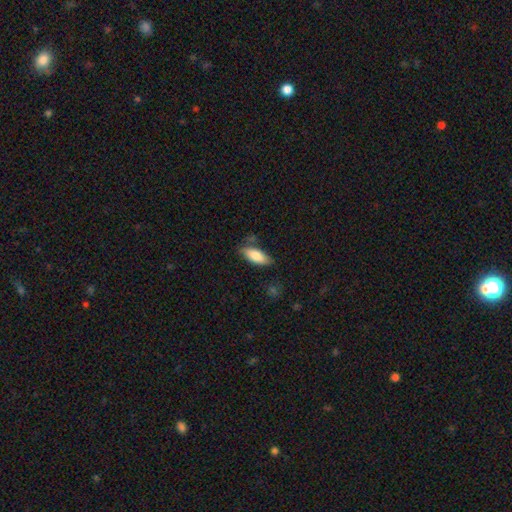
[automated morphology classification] smooth 82%, featured or disk 12%, star or artifact 6%. Down the decision tree: how rounded — in between (78%); merging — none (71%).